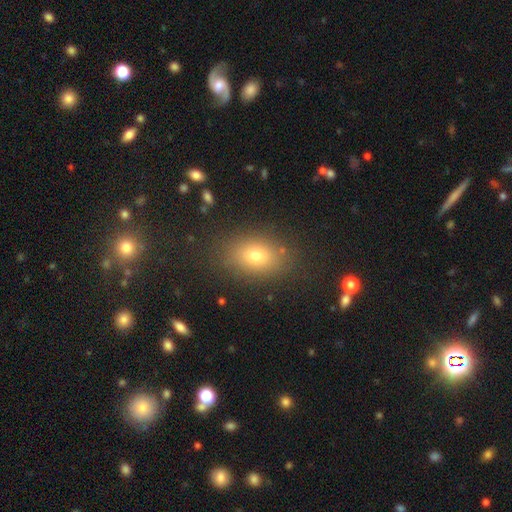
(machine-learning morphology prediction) A smooth galaxy with no disk features (74%) that is in between round and cigar-shaped (76%). Merging: none (82%).